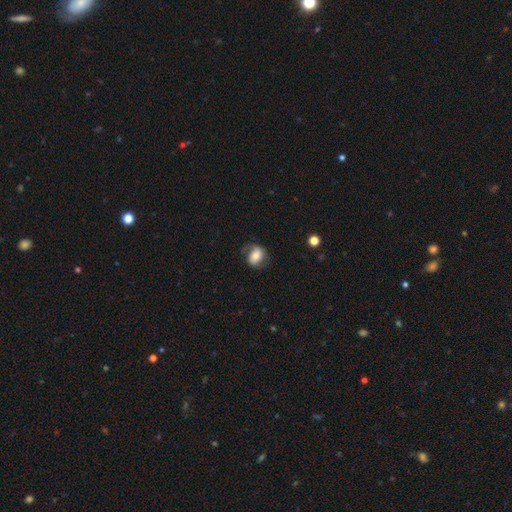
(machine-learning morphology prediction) A smooth galaxy with no disk features (61%) that is in between round and cigar-shaped (61%). Merging: none (60%).